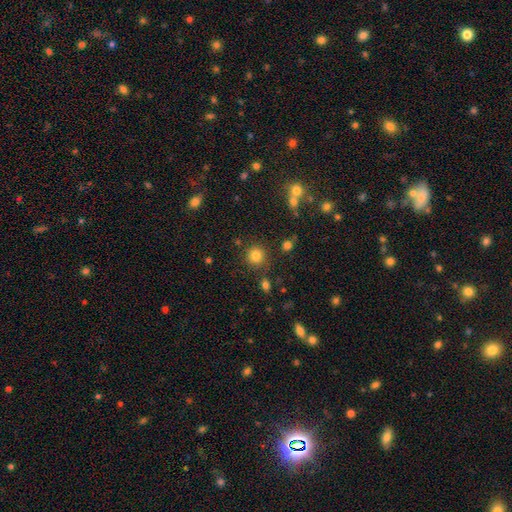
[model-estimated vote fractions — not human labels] A smooth galaxy with no disk features (81%) that is round (92%).

Vote fractions:
- Smooth or featured? smooth: 81% / star or artifact: 13% / featured or disk: 5%
- How rounded? round: 92% / in between: 7% / cigar-shaped: 1%
- Merging? none: 84% / minor disturbance: 8% / merger: 5% / major disturbance: 3%